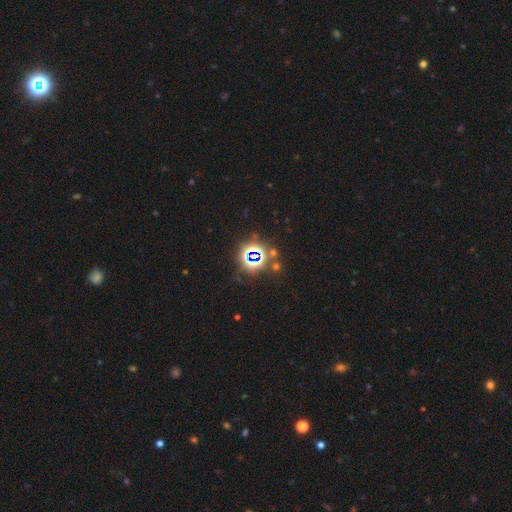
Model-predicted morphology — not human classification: This appears to be a star or artifact, not a galaxy (81%).